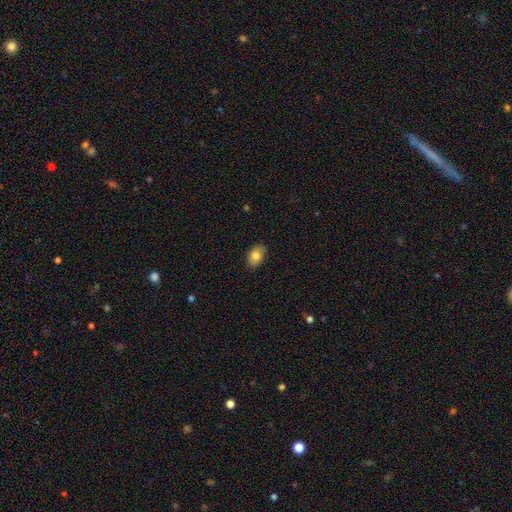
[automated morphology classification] Smooth or featured? Predicted: smooth (p=0.80). How rounded? Predicted: in between (p=0.88). Merging? Predicted: none (p=0.86).